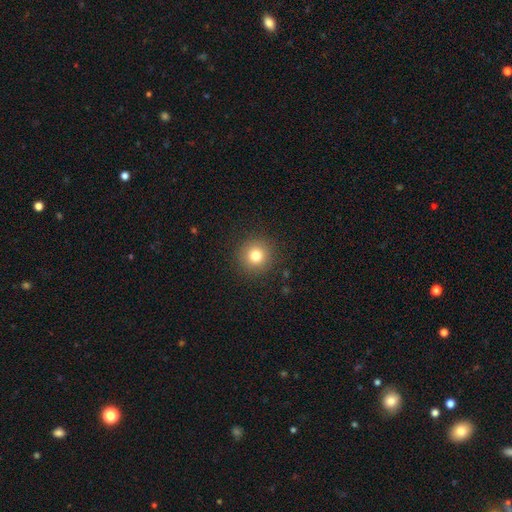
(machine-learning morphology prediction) Smooth or featured: smooth — 79% (star or artifact — 12%)
How rounded: round — 94% (in between — 5%)
Merging: none — 90% (minor disturbance — 6%)